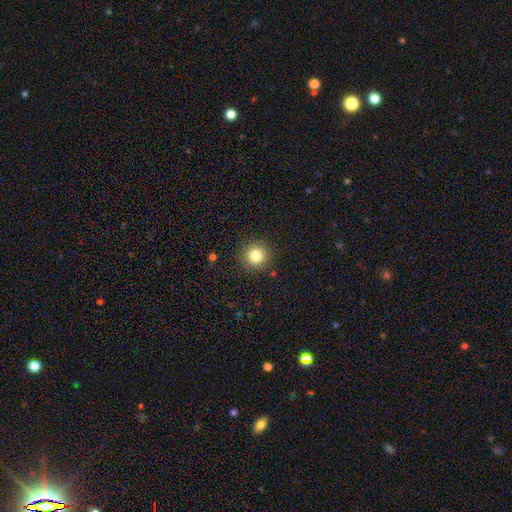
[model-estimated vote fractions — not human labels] Morphology: type=smooth (82%); roundness=round (94%); merging=none (90%).